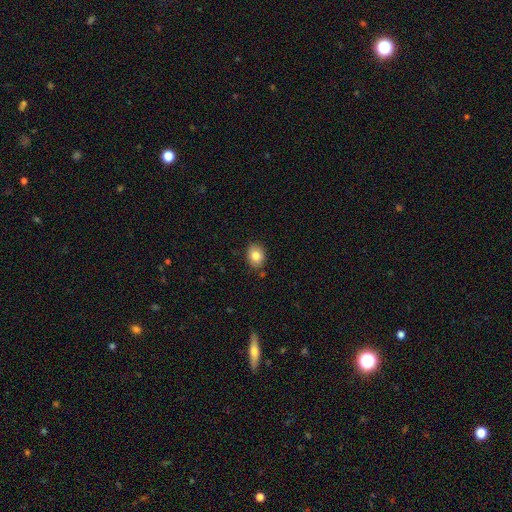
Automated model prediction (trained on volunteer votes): Smooth or featured? smooth (83%)
How rounded? in between (55%)
Merging? none (84%)